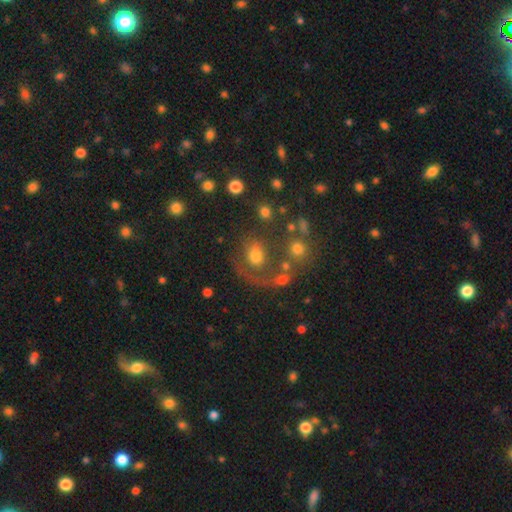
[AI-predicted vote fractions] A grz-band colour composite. It shows a smooth galaxy with no disk features (56%) that is round (52%). Merging: none (43%).